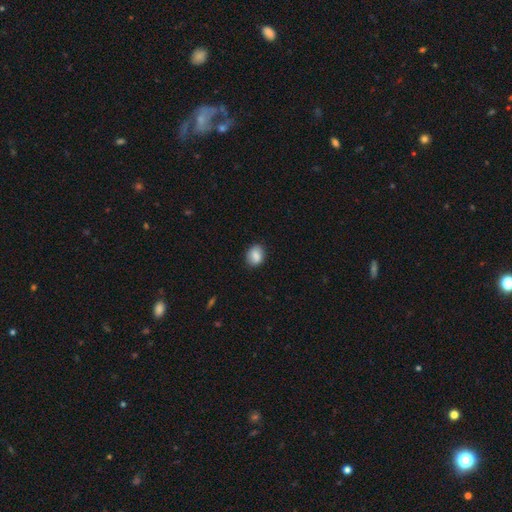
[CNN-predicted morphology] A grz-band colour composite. It shows a smooth galaxy with no disk features (85%) that is in between round and cigar-shaped (61%). Merging: none (82%).